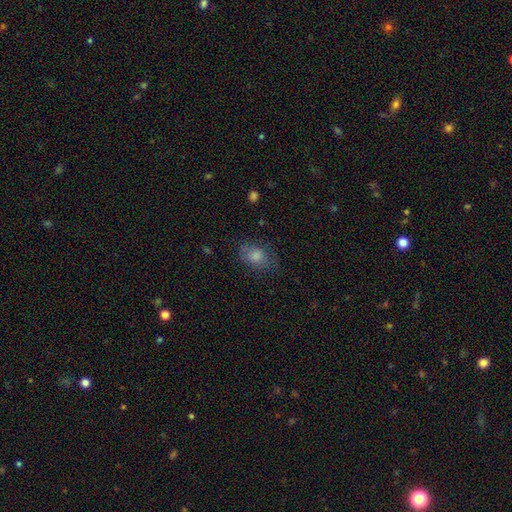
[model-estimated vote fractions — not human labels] Smooth or featured? smooth (69%)
How rounded? in between (67%)
Merging? none (72%)